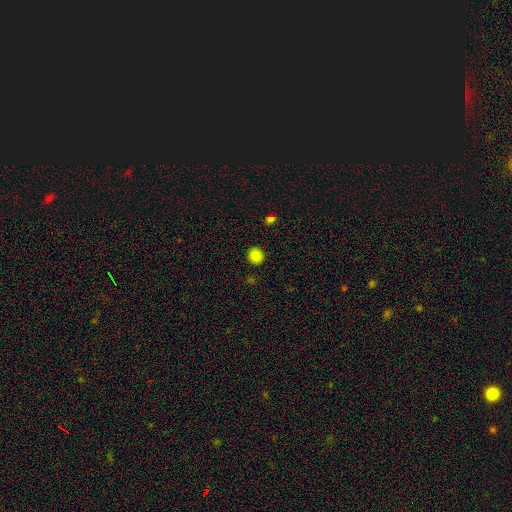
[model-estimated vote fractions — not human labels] The model was most divided on "smooth or featured": smooth: 85%, star or artifact: 12%, featured or disk: 3%. More confident: merging — none (90%); how rounded — round (88%).